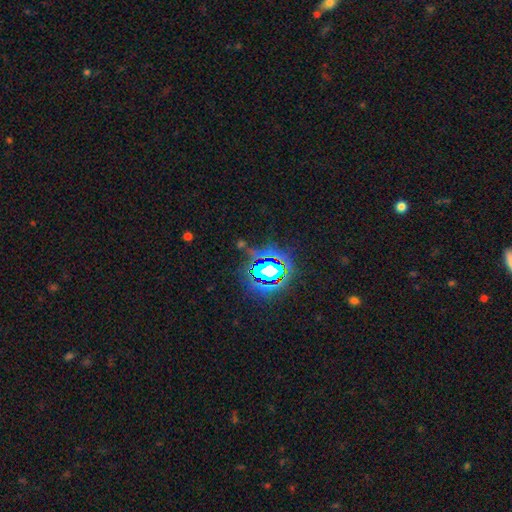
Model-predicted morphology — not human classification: This appears to be a star or artifact, not a galaxy (80%).